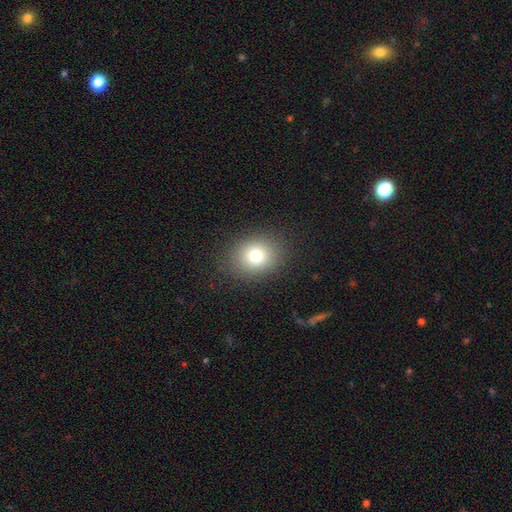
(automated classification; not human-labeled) smooth 77%, star or artifact 14%, featured or disk 10%. Down the decision tree: how rounded — round (67%); merging — none (88%).